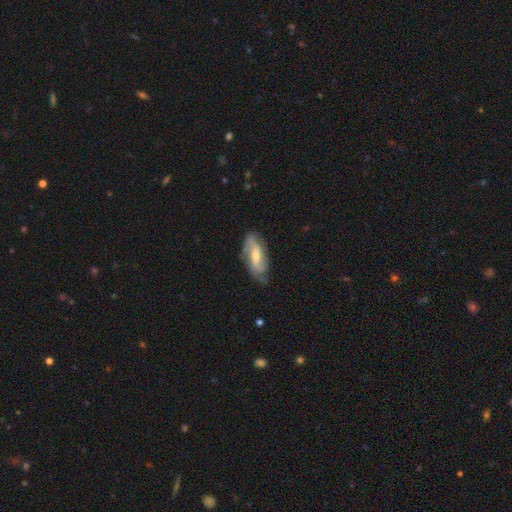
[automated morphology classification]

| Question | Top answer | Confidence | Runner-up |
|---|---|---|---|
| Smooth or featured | featured or disk | 75% | smooth (20%) |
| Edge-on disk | no | 90% | yes (10%) |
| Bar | weak | 43% | no (32%) |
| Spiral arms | yes | 92% | no (8%) |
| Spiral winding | loose | 39% | tied: medium (39%) |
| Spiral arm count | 2 | 72% | can't tell (13%) |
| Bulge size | moderate | 47% | tied: small (47%) |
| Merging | none | 69% | minor disturbance (22%) |